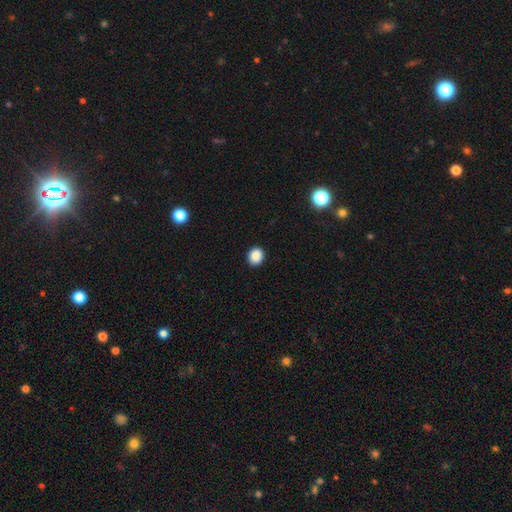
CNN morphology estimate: Smooth or featured? Predicted: smooth (p=0.89). How rounded? Predicted: round (p=0.76). Merging? Predicted: none (p=0.91).